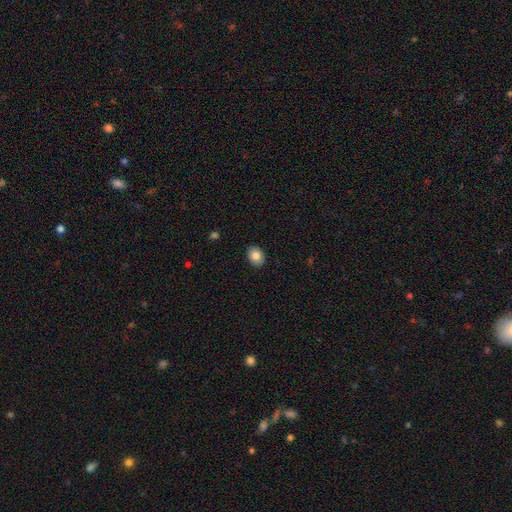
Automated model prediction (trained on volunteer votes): A smooth galaxy with no disk features (83%) that is in between round and cigar-shaped (67%).

Vote fractions:
- Smooth or featured? smooth: 83% / featured or disk: 10% / star or artifact: 8%
- How rounded? in between: 67% / round: 32% / cigar-shaped: 1%
- Merging? none: 89% / minor disturbance: 8% / major disturbance: 2% / merger: 1%